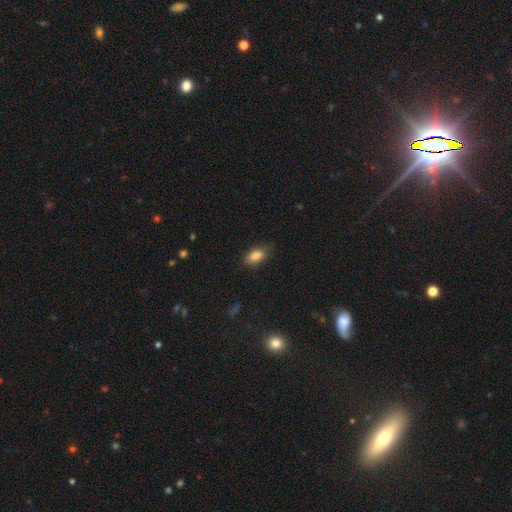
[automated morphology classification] A smooth galaxy with no disk features (84%) that is in between round and cigar-shaped (88%).

Vote fractions:
- Smooth or featured? smooth: 84% / star or artifact: 9% / featured or disk: 7%
- How rounded? in between: 88% / round: 7% / cigar-shaped: 5%
- Merging? none: 78% / minor disturbance: 17% / major disturbance: 4% / merger: 1%